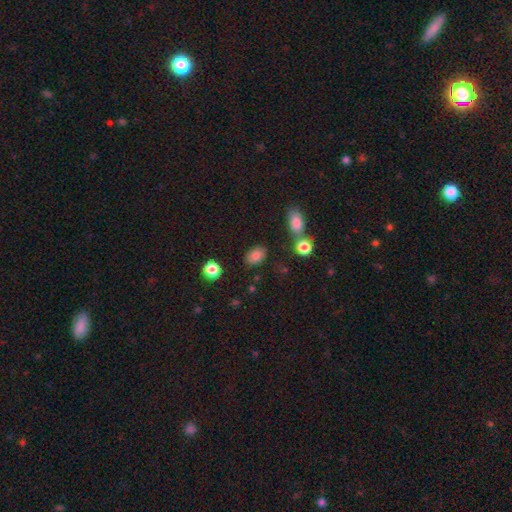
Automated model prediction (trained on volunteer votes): Overall: smooth (82%). How rounded: in between (80%). Merging: none (79%).